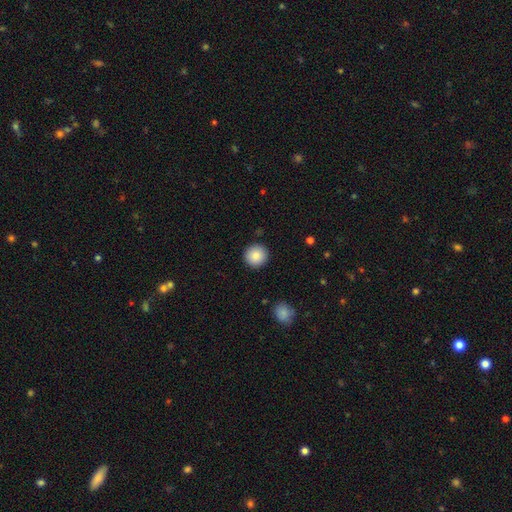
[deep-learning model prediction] Q: Smooth or featured?
A: smooth (86%); runner-up: star or artifact (8%)
Q: How rounded?
A: round (95%); runner-up: in between (4%)
Q: Merging?
A: none (92%); runner-up: minor disturbance (5%)